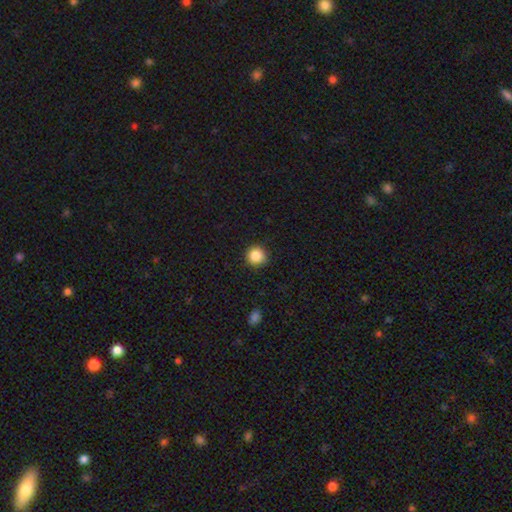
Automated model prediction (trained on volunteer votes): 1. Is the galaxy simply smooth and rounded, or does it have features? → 87% smooth, 10% star or artifact, 3% featured or disk.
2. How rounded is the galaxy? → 94% round, 5% in between, 1% cigar-shaped.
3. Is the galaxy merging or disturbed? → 90% none, 7% minor disturbance, 2% major disturbance, 1% merger.